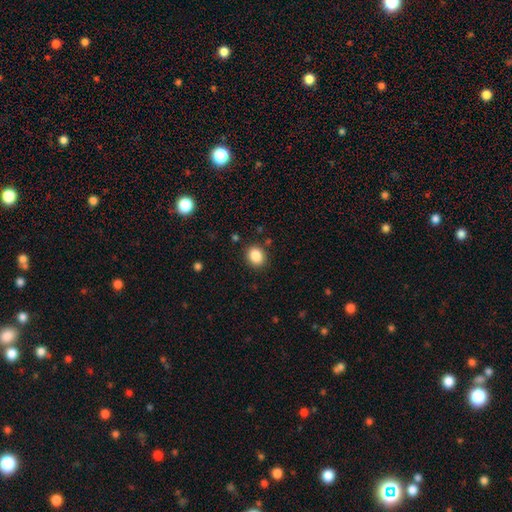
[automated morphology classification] A smooth galaxy with no disk features (87%) that is round (57%).

Vote fractions:
- Smooth or featured? smooth: 87% / star or artifact: 9% / featured or disk: 4%
- How rounded? round: 57% / in between: 42% / cigar-shaped: 1%
- Merging? none: 87% / minor disturbance: 8% / major disturbance: 3% / merger: 2%